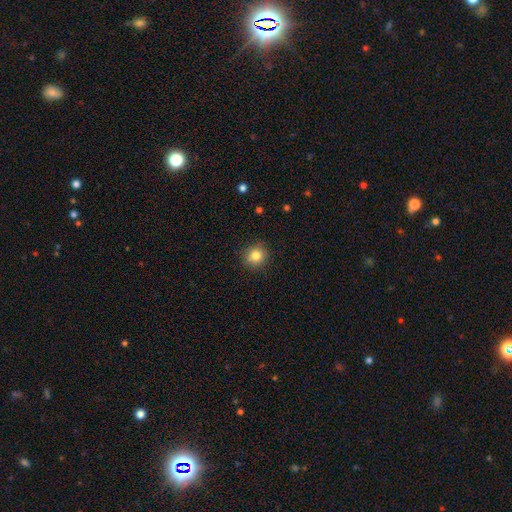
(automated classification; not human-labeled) Smooth or featured? smooth (82%)
How rounded? round (91%)
Merging? none (90%)